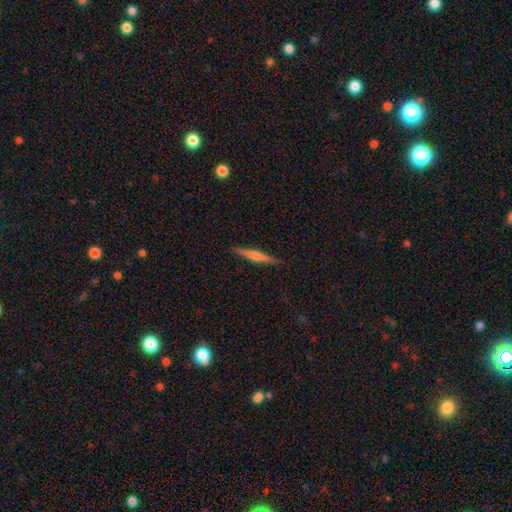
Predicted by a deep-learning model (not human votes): Smooth or featured?
  - featured or disk: 65% *
  - smooth: 29%
  - star or artifact: 6%
Edge-on disk?
  - yes: 98% *
  - no: 2%
Edge-on bulge?
  - rounded: 85% *
  - none: 8%
  - boxy: 7%
Merging?
  - none: 91% *
  - minor disturbance: 6%
  - major disturbance: 1%
  - merger: 1%